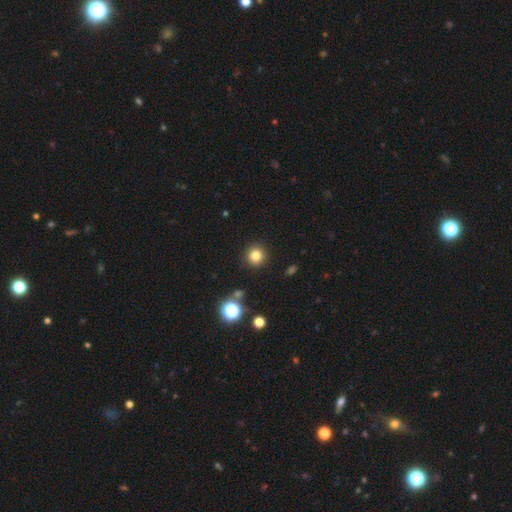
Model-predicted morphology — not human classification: smooth-or-featured: smooth: 81% | star or artifact: 13% | featured or disk: 6%
  how-rounded: round: 95% | in between: 4% | cigar-shaped: 1%
  merging: none: 90% | minor disturbance: 6% | major disturbance: 2% | merger: 2%